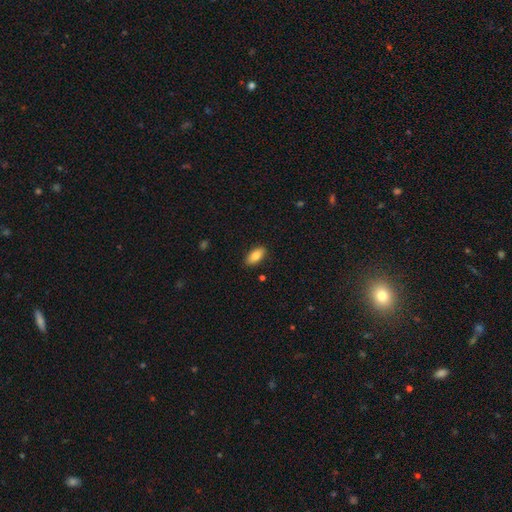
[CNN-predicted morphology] smooth-or-featured: smooth: 83% | featured or disk: 10% | star or artifact: 7%
  how-rounded: in between: 90% | cigar-shaped: 7% | round: 3%
  merging: none: 88% | minor disturbance: 9% | major disturbance: 2% | merger: 1%